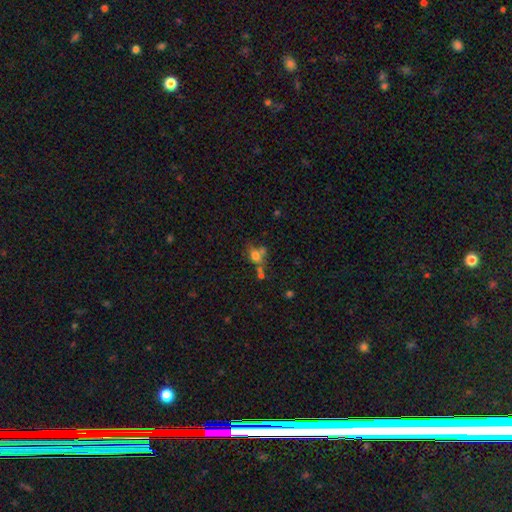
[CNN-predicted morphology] type=smooth (65%); roundness=round (55%); merging=none (38%).